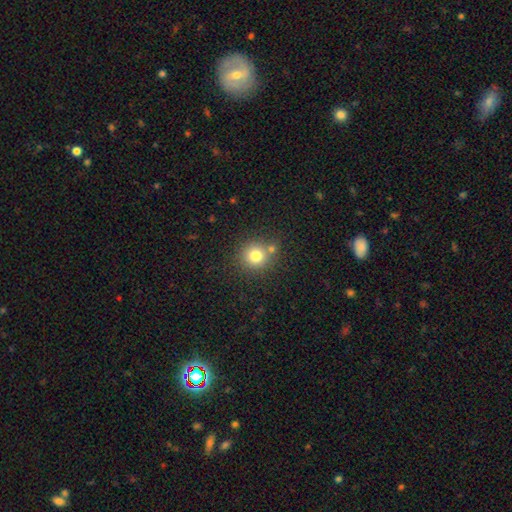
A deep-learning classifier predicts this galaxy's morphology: type=smooth (78%); roundness=round (92%); merging=none (74%).